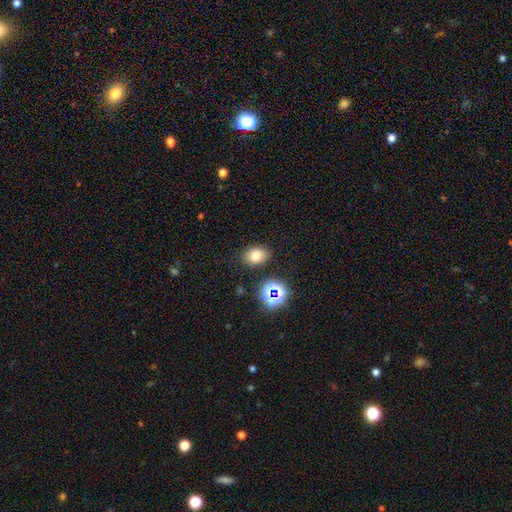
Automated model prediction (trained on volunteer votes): A smooth galaxy with no disk features (74%) that is in between round and cigar-shaped (67%).

Vote fractions:
- Smooth or featured? smooth: 74% / star or artifact: 16% / featured or disk: 10%
- How rounded? in between: 67% / round: 32% / cigar-shaped: 1%
- Merging? none: 84% / minor disturbance: 10% / merger: 3% / major disturbance: 3%